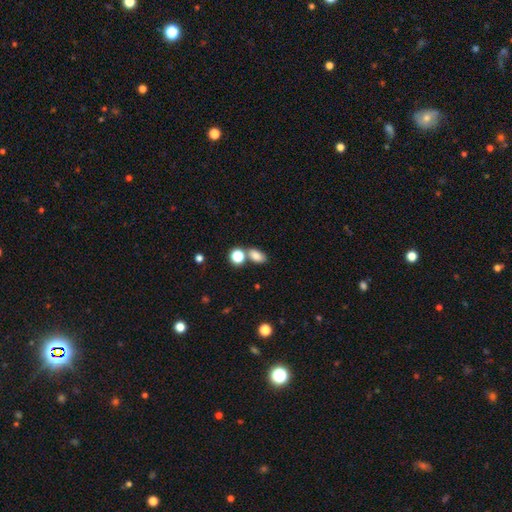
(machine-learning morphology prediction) smooth-or-featured: smooth: 80% | star or artifact: 12% | featured or disk: 7%
  how-rounded: in between: 82% | round: 16% | cigar-shaped: 2%
  merging: none: 62% | merger: 22% | minor disturbance: 11% | major disturbance: 4%